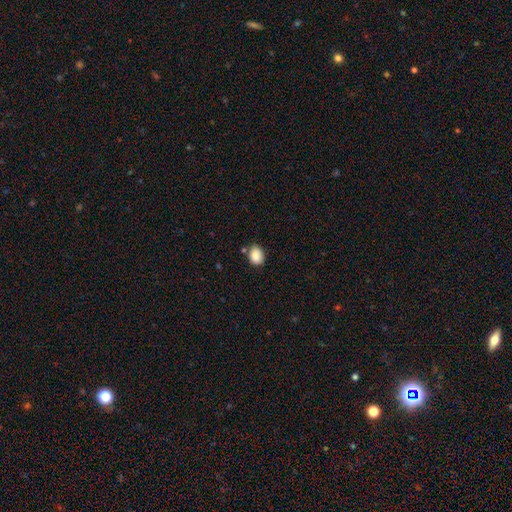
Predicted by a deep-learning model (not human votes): A smooth galaxy with no disk features (88%) that is in between round and cigar-shaped (56%). Merging: none (76%).